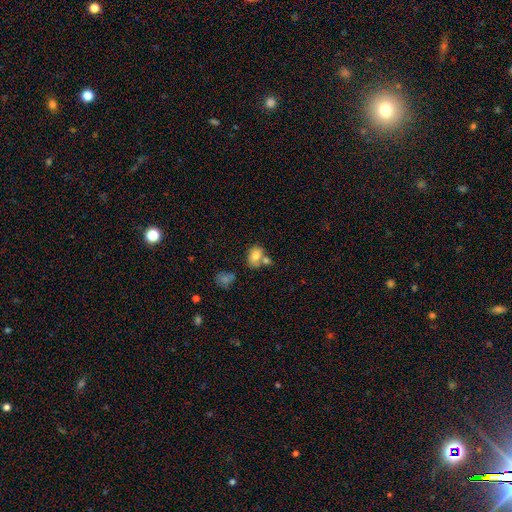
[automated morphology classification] This appears to be a smooth galaxy with no disk features (76%) that is in between round and cigar-shaped (72%). Merging: none (44%).